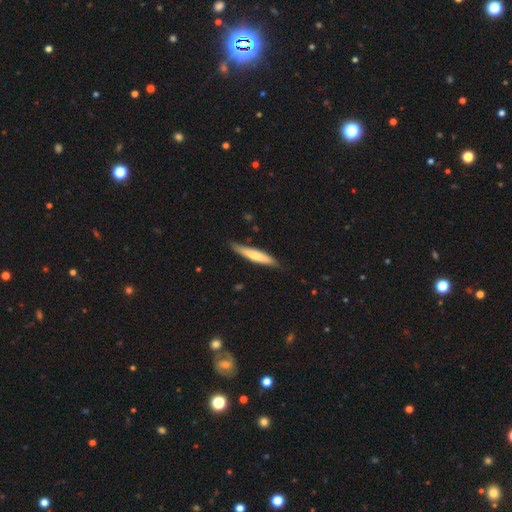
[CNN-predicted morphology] smooth_or_featured: smooth (p=0.65) [alt: featured or disk p=0.30]
how_rounded: cigar-shaped (p=0.88) [alt: in between p=0.10]
merging: none (p=0.81) [alt: minor disturbance p=0.15]